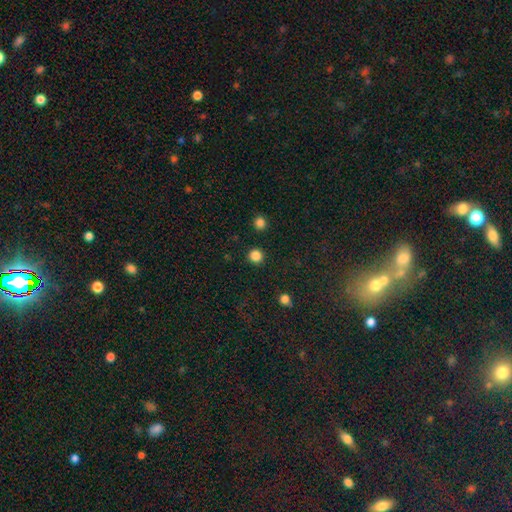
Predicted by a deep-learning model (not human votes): smooth-or-featured: smooth: 84% | star or artifact: 13% | featured or disk: 3%
  how-rounded: round: 95% | in between: 4% | cigar-shaped: 1%
  merging: none: 92% | minor disturbance: 4% | major disturbance: 2% | merger: 2%